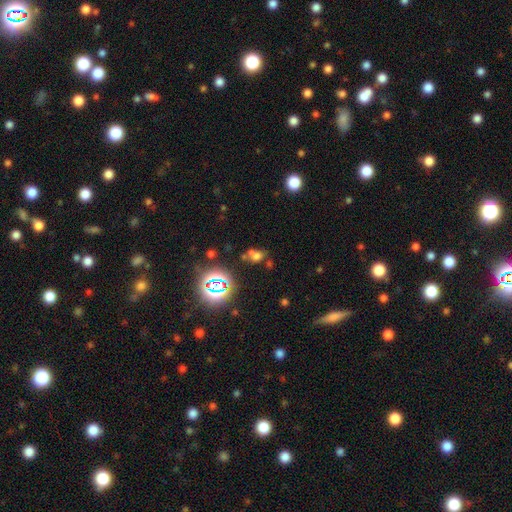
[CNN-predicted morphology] type=smooth (52%); roundness=in between (50%); merging=none (46%).